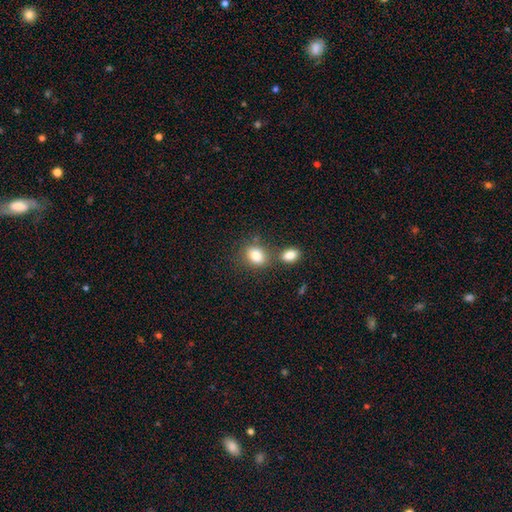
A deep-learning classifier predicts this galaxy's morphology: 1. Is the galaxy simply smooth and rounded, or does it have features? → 83% smooth, 9% star or artifact, 8% featured or disk.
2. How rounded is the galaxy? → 63% in between, 35% round, 1% cigar-shaped.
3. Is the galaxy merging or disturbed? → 57% none, 26% merger, 13% minor disturbance, 4% major disturbance.